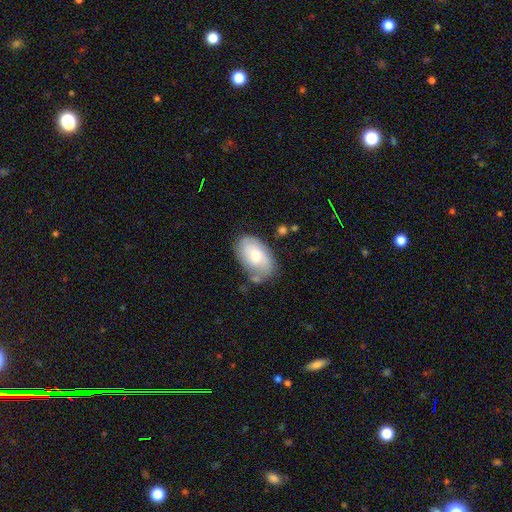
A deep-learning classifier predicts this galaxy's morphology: Smooth or featured? Predicted: smooth (p=0.59). How rounded? Predicted: in between (p=0.91). Merging? Predicted: none (p=0.62).